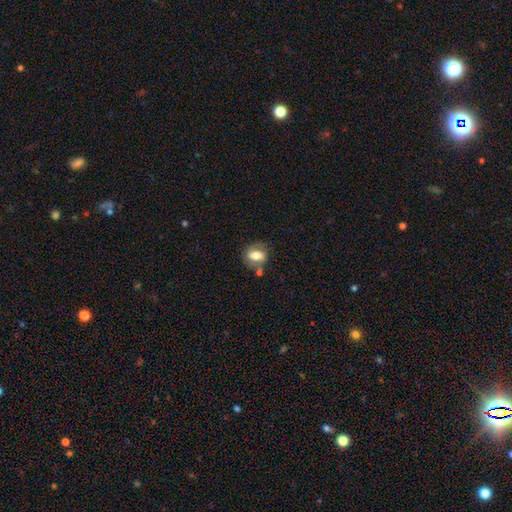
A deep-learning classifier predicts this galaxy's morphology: Smooth or featured?
  - smooth: 69% *
  - featured or disk: 22%
  - star or artifact: 8%
How rounded?
  - in between: 67% *
  - round: 31%
  - cigar-shaped: 2%
Merging?
  - none: 59% *
  - minor disturbance: 20%
  - merger: 14%
  - major disturbance: 8%